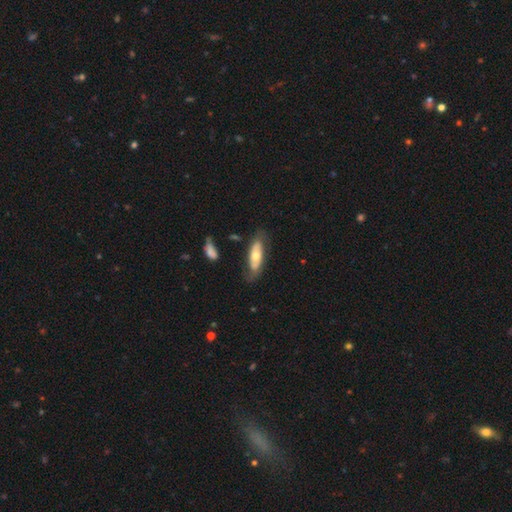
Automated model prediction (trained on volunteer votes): Smooth or featured: smooth — 49% (featured or disk — 46%)
Merging: none — 67% (minor disturbance — 21%)